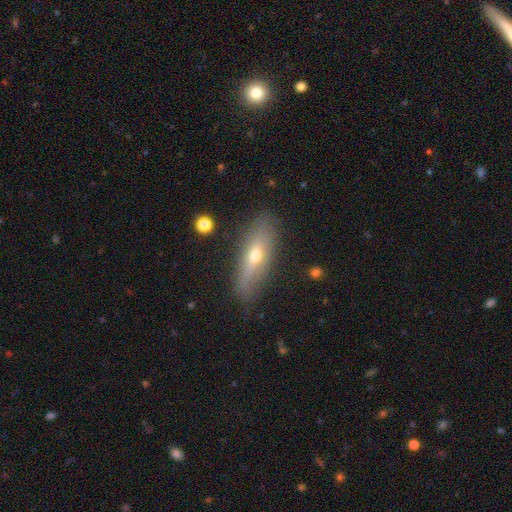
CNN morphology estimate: featured or disk 50%, smooth 42%, star or artifact 8%. Down the decision tree: merging — none (79%).